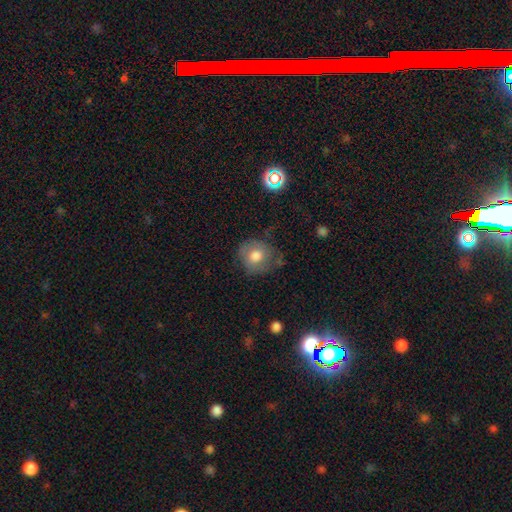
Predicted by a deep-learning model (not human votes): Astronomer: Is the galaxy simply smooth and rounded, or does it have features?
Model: smooth — 64%.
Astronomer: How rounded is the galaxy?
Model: round — 77%.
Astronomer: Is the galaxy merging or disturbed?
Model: none — 59%.